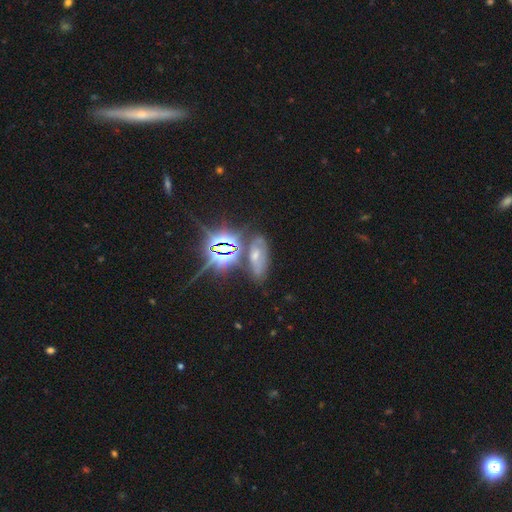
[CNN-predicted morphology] star or artifact 58%, featured or disk 25%, smooth 17%.